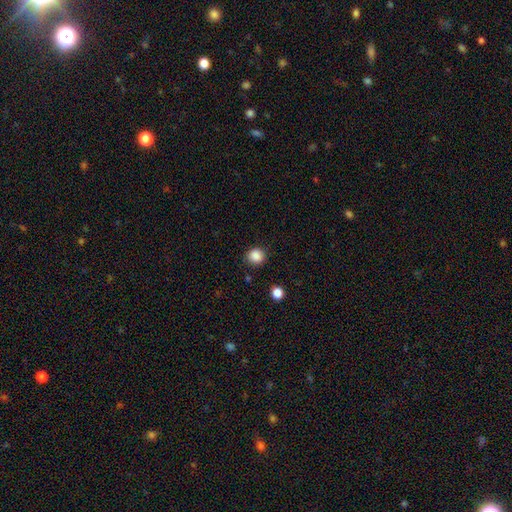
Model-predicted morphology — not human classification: Smooth or featured: smooth — 87% (star or artifact — 10%)
How rounded: round — 86% (in between — 13%)
Merging: none — 87% (minor disturbance — 8%)